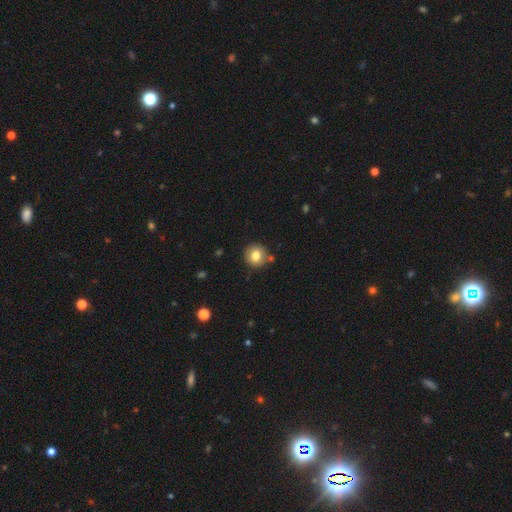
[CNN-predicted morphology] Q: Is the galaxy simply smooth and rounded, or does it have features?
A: smooth — 80%.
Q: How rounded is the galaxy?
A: round — 90%.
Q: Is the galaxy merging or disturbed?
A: none — 83%.